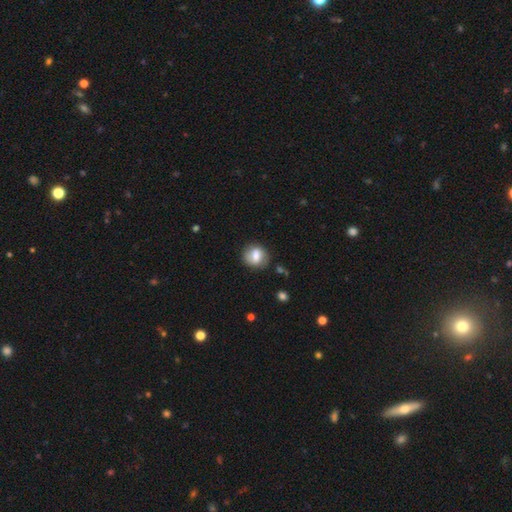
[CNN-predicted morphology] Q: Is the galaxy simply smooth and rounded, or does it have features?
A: smooth — 68%.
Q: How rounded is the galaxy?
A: round — 66%.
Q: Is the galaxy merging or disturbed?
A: none — 77%.